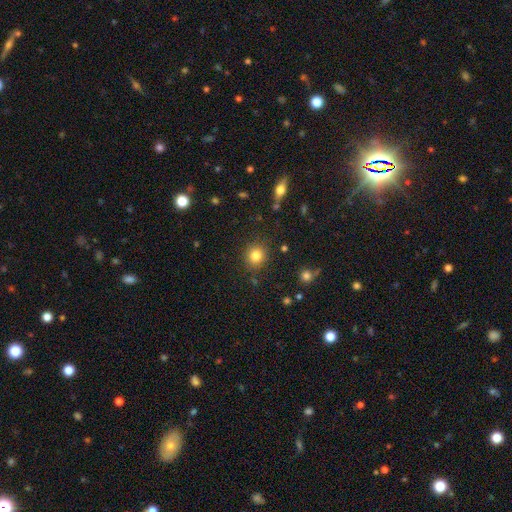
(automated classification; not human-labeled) Q: Smooth or featured?
A: smooth (82%); runner-up: star or artifact (12%)
Q: How rounded?
A: round (87%); runner-up: in between (12%)
Q: Merging?
A: none (87%); runner-up: minor disturbance (8%)